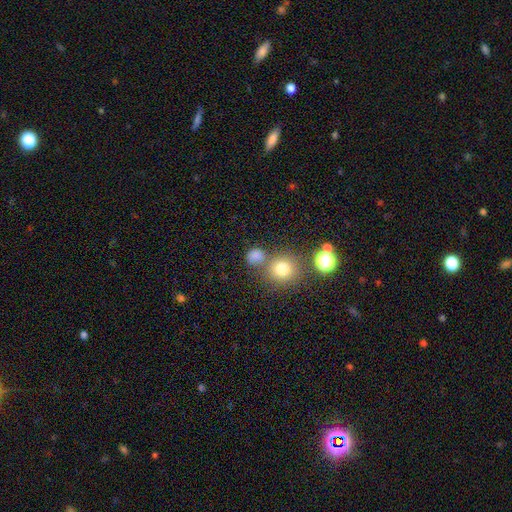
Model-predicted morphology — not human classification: Smooth or featured? smooth (76%)
How rounded? round (79%)
Merging? none (62%)